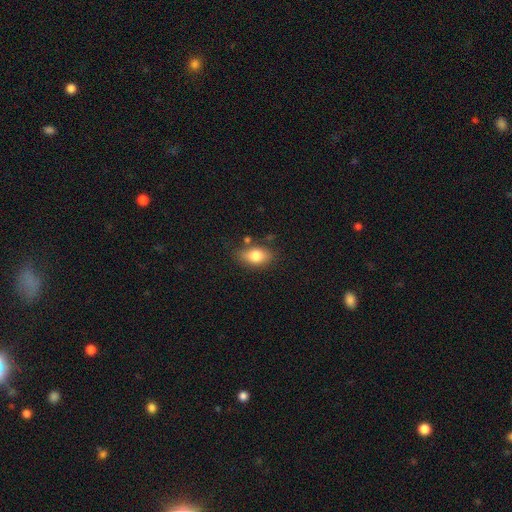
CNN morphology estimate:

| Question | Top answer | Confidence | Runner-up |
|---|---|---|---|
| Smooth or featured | smooth | 80% | featured or disk (12%) |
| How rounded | in between | 86% | round (11%) |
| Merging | none | 75% | minor disturbance (16%) |